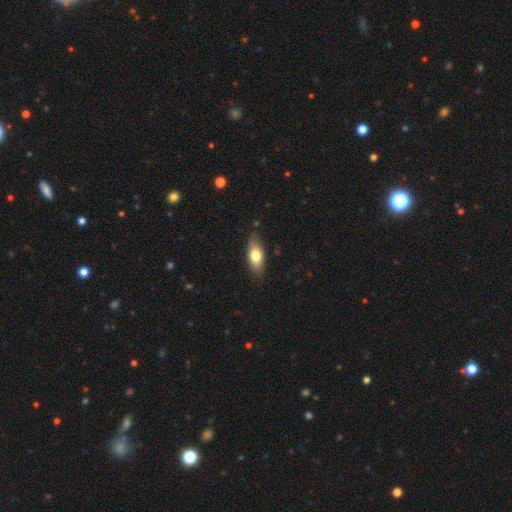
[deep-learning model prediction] Smooth or featured? smooth (71%)
How rounded? in between (79%)
Merging? none (83%)